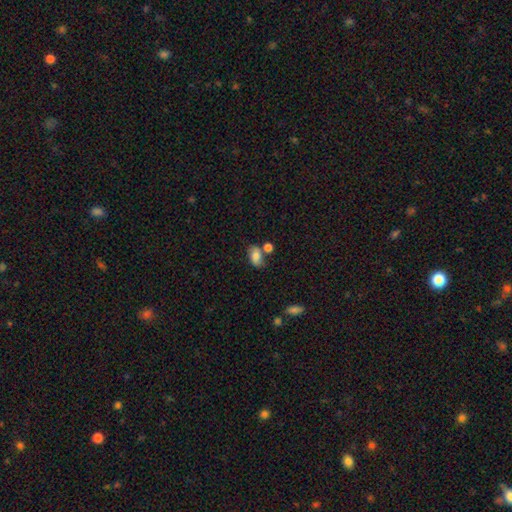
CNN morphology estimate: Smooth or featured? smooth (76%)
How rounded? in between (88%)
Merging? none (54%)